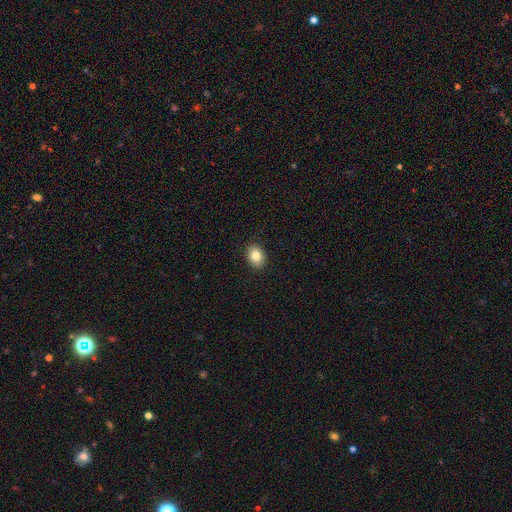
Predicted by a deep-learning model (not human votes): Smooth or featured? smooth (84%)
How rounded? in between (63%)
Merging? none (91%)